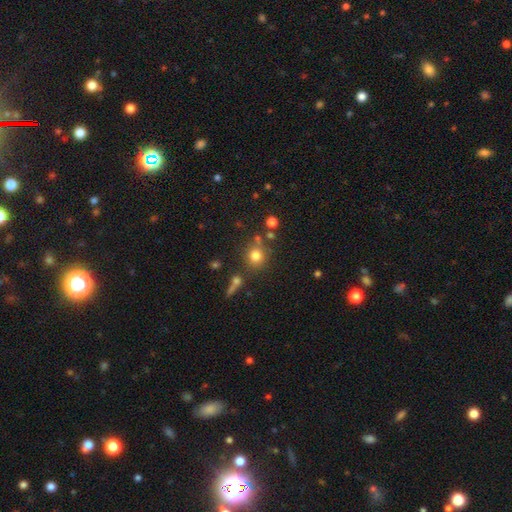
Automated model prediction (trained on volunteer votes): A smooth galaxy with no disk features (77%) that is round (86%). Merging: none (71%).